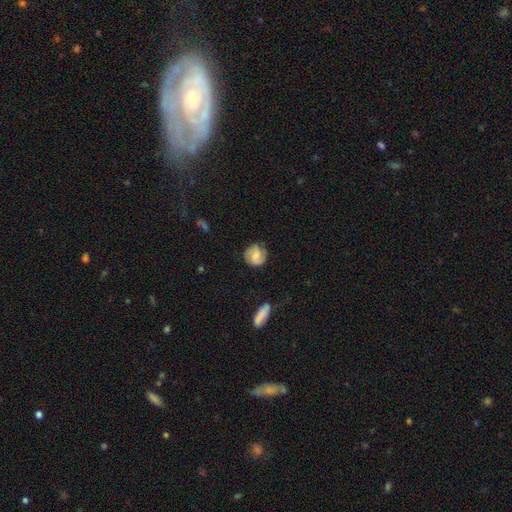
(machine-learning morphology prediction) featured or disk 61%, smooth 32%, star or artifact 7%. Down the decision tree: edge-on disk — no (97%); bar — weak (47%); spiral arms — yes (92%); spiral arm count — 2 (79%); spiral winding — medium (45%); bulge size — small (34%); merging — none (76%).